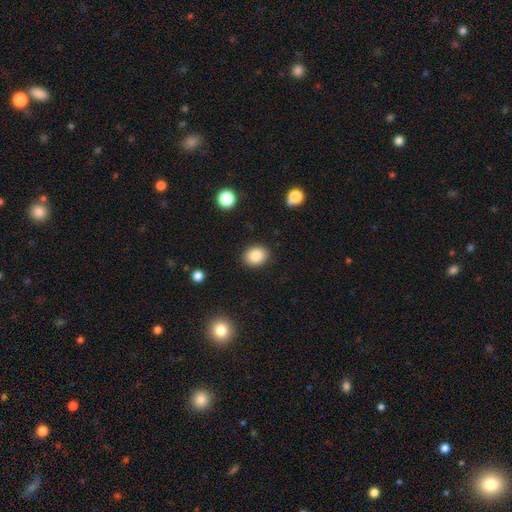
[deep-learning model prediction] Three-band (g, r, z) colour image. It shows a smooth galaxy with no disk features (86%) that is round (60%). Merging: none (89%).